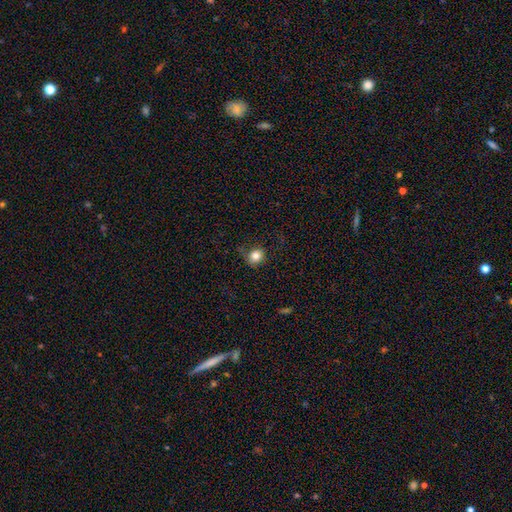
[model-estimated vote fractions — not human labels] A smooth galaxy with no disk features (82%) that is round (74%). Merging: none (73%).